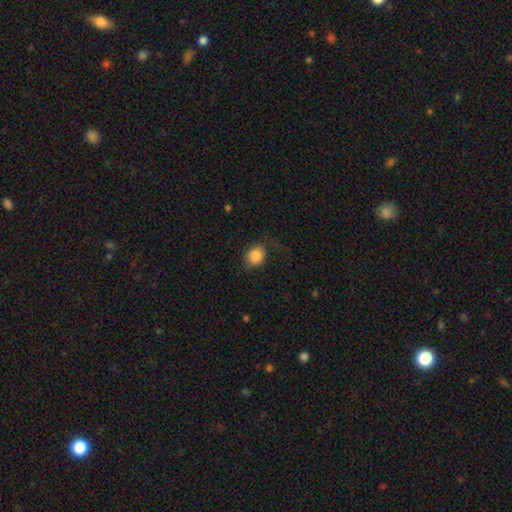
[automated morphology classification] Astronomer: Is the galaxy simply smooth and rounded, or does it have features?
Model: smooth — 85%.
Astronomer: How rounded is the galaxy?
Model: round — 73%.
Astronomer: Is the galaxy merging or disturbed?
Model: none — 70%.